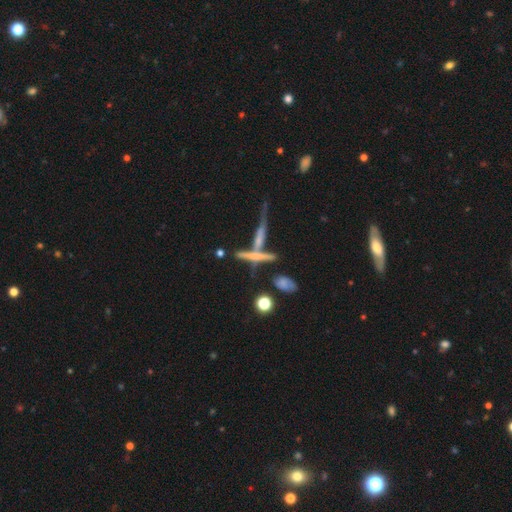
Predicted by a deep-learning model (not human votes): Morphology: type=featured or disk (60%); edge-on=yes (88%); edge-on bulge=rounded (48%); merging=none (49%).